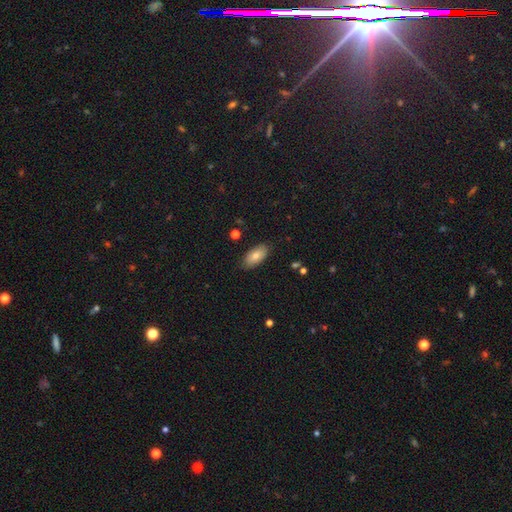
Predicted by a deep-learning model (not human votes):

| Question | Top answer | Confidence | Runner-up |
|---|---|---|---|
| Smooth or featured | smooth | 78% | featured or disk (15%) |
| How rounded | in between | 92% | cigar-shaped (6%) |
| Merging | none | 85% | minor disturbance (12%) |